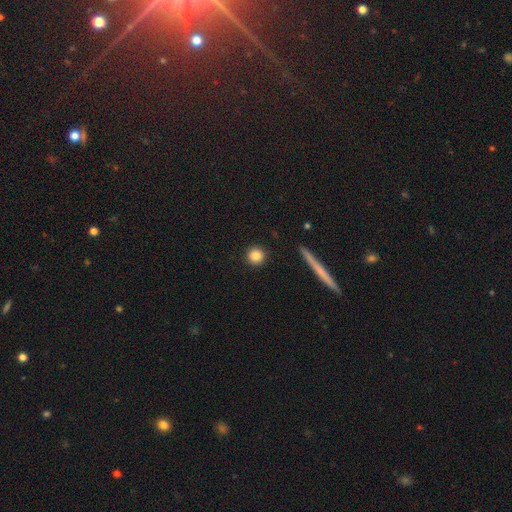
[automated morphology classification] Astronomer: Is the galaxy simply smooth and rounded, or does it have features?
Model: smooth — 85%.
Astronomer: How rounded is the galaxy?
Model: round — 93%.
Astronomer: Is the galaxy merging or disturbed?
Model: none — 92%.